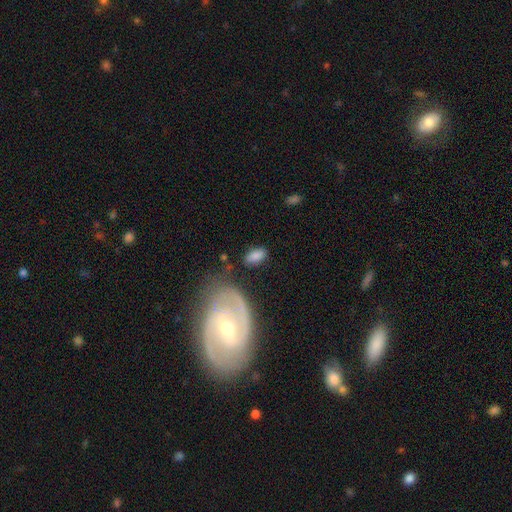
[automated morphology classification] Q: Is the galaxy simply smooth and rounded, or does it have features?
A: smooth — 81%.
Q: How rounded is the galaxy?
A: in between — 92%.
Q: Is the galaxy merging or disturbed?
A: none — 73%.